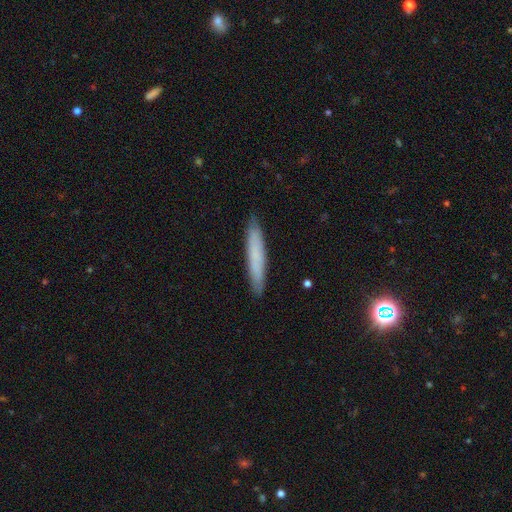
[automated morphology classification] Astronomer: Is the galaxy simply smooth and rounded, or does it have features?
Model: smooth — 68%.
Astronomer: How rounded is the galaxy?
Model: cigar-shaped — 93%.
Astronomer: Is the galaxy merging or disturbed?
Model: none — 89%.